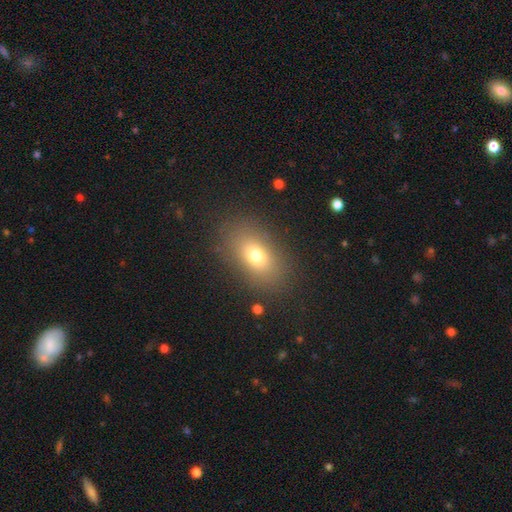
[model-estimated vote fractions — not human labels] Q: Smooth or featured?
A: smooth (73%); runner-up: featured or disk (14%)
Q: How rounded?
A: in between (83%); runner-up: round (15%)
Q: Merging?
A: none (85%); runner-up: minor disturbance (9%)